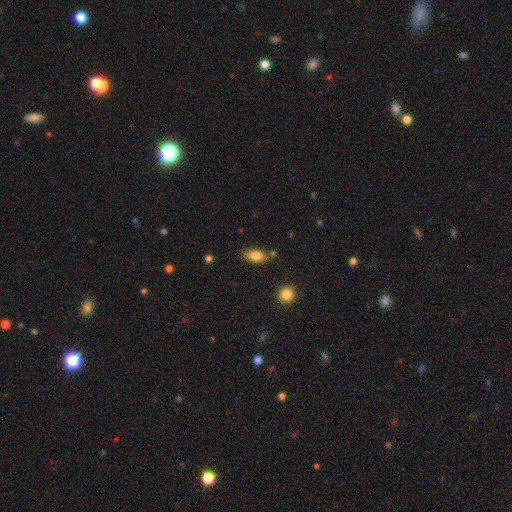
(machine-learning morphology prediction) type=smooth (80%); roundness=in between (87%); merging=none (75%).